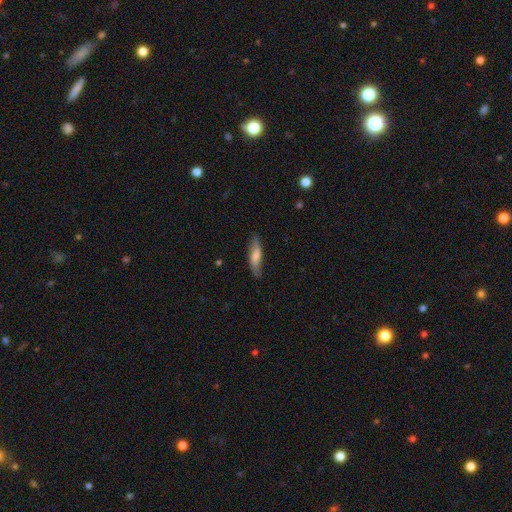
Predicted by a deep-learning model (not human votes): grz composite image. It shows a smooth galaxy with no disk features (65%) that is cigar-shaped (65%). Merging: none (79%).